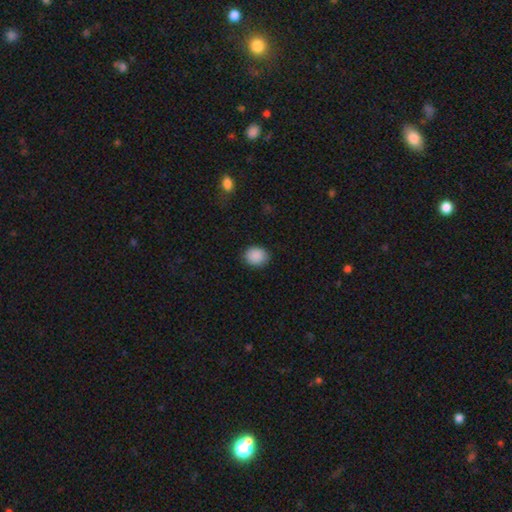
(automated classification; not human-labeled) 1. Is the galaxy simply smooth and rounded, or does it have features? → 89% smooth, 8% star or artifact, 3% featured or disk.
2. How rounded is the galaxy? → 65% round, 34% in between, 1% cigar-shaped.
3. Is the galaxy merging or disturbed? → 86% none, 10% minor disturbance, 3% major disturbance, 1% merger.